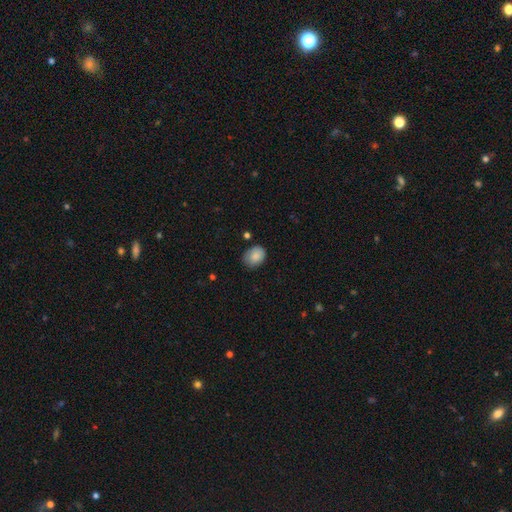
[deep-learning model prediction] This appears to be a smooth galaxy with no disk features (85%) that is in between round and cigar-shaped (57%). Merging: none (70%).